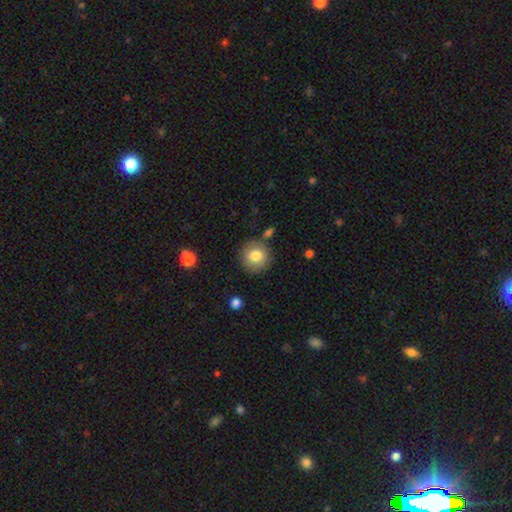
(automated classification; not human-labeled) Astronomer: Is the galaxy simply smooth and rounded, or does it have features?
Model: smooth — 81%.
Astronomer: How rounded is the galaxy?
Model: round — 92%.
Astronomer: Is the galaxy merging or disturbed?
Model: none — 82%.